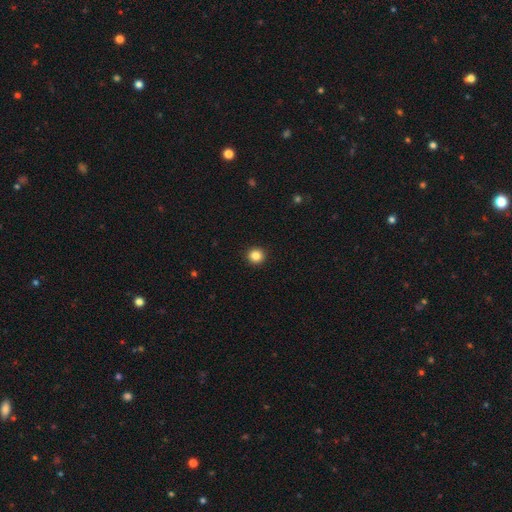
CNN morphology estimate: Overall: smooth (85%). How rounded: round (95%). Merging: none (93%).